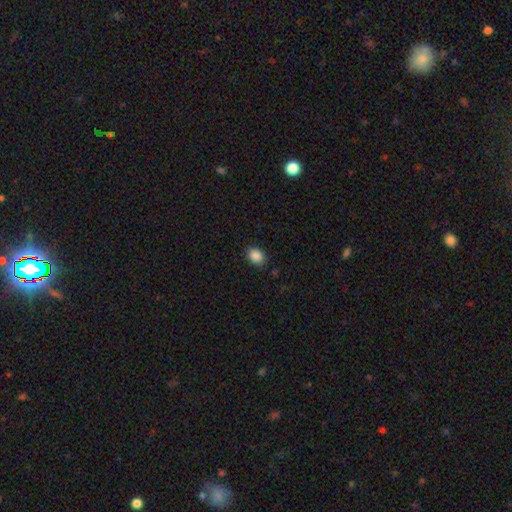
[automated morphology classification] Smooth or featured?
  - smooth: 88% *
  - star or artifact: 9%
  - featured or disk: 4%
How rounded?
  - in between: 62% *
  - round: 37%
  - cigar-shaped: 1%
Merging?
  - none: 86% *
  - minor disturbance: 11%
  - major disturbance: 2%
  - merger: 1%